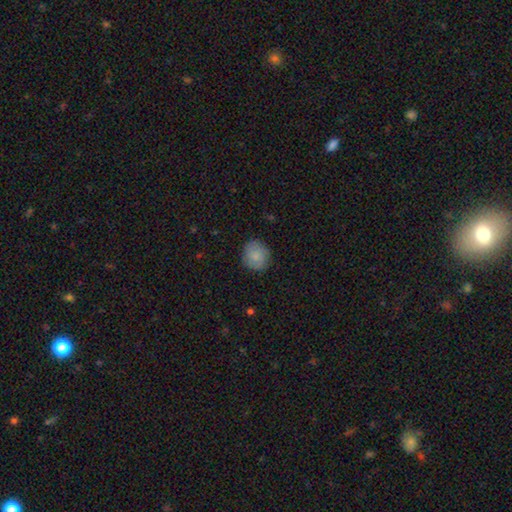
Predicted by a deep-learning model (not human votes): smooth-or-featured: smooth: 81% | featured or disk: 12% | star or artifact: 7%
  how-rounded: round: 81% | in between: 18% | cigar-shaped: 1%
  merging: none: 83% | minor disturbance: 13% | major disturbance: 3% | merger: 1%